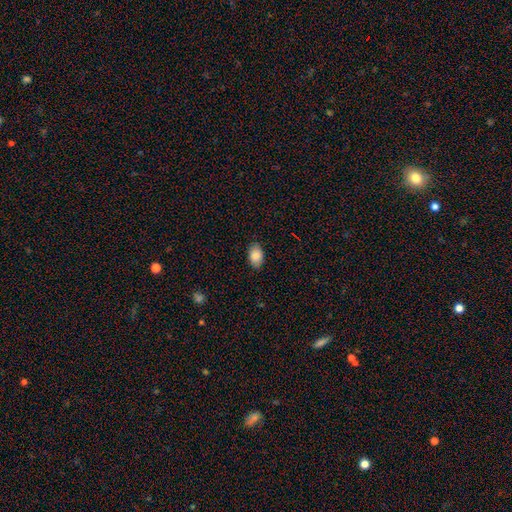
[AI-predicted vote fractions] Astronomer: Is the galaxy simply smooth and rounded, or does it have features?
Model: smooth — 86%.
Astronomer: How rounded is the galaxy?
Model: in between — 90%.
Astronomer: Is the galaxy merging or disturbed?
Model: none — 86%.